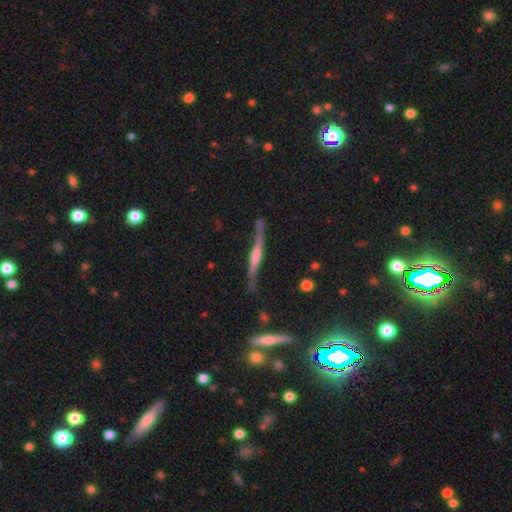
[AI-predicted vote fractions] Smooth or featured: featured or disk — 76% (smooth — 18%)
Edge-on disk: yes — 92% (no — 8%)
Edge-on bulge: rounded — 51% (boxy — 30%)
Merging: none — 68% (minor disturbance — 21%)